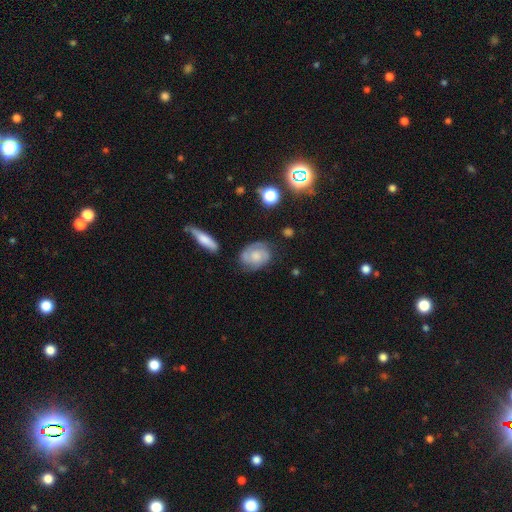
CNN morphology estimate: type=featured or disk (66%); edge-on=no (96%); bar=no (69%); spiral arms=yes (90%); winding=tight (52%); arm count=2 (71%); bulge=moderate (40%); merging=none (71%).